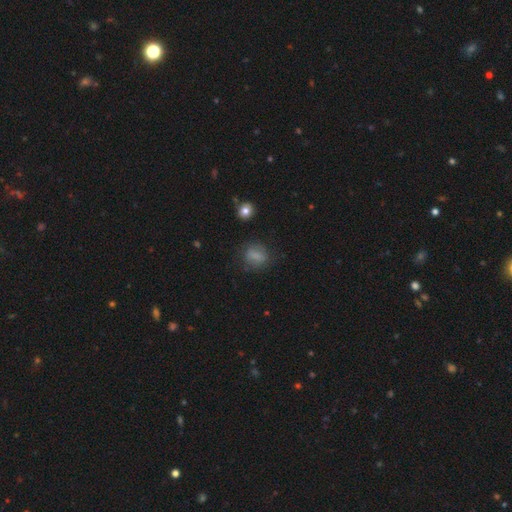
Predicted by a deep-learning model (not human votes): smooth_or_featured: smooth (p=0.75) [alt: featured or disk p=0.13]
how_rounded: round (p=0.53) [alt: in between p=0.44]
merging: none (p=0.72) [alt: minor disturbance p=0.18]